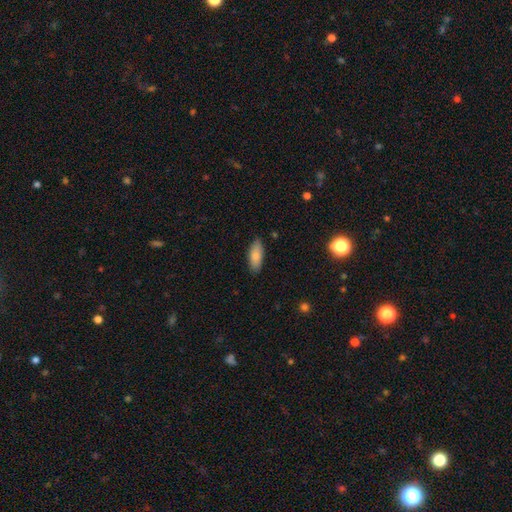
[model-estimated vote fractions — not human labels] Morphology: type=smooth (84%); roundness=in between (77%); merging=none (87%).